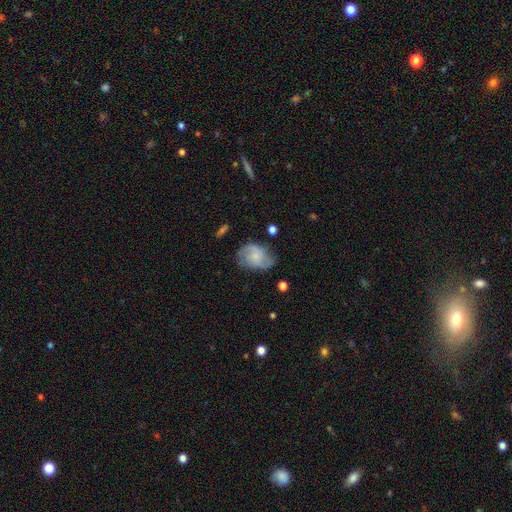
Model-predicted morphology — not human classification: A featured or disk galaxy (50%).

Vote fractions:
- Smooth or featured? featured or disk: 50% / smooth: 42% / star or artifact: 8%
- Merging? none: 55% / minor disturbance: 29% / major disturbance: 14% / merger: 2%